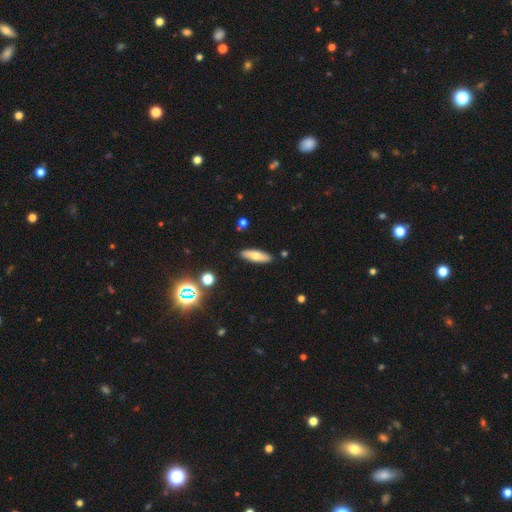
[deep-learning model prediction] Smooth or featured?
  - smooth: 67% *
  - featured or disk: 25%
  - star or artifact: 8%
How rounded?
  - in between: 50% *
  - cigar-shaped: 47%
  - round: 3%
Merging?
  - none: 88% *
  - minor disturbance: 8%
  - merger: 2%
  - major disturbance: 2%